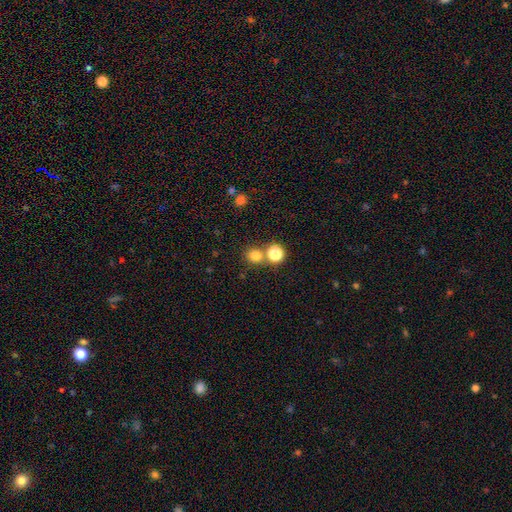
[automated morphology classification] A smooth galaxy with no disk features (78%) that is round (85%).

Vote fractions:
- Smooth or featured? smooth: 78% / star or artifact: 17% / featured or disk: 6%
- How rounded? round: 85% / in between: 14% / cigar-shaped: 1%
- Merging? none: 67% / merger: 23% / minor disturbance: 7% / major disturbance: 3%